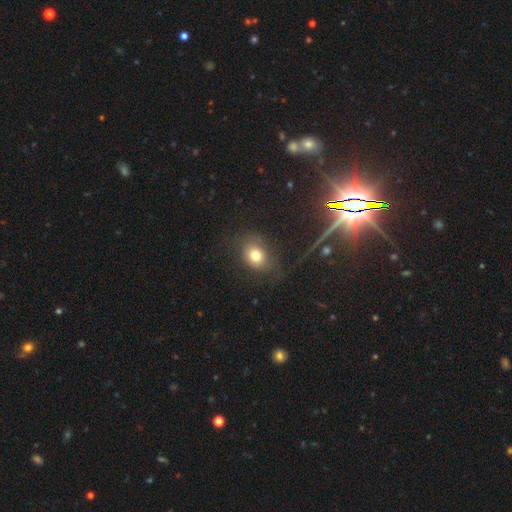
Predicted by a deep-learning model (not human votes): This appears to be a smooth galaxy with no disk features (76%) that is in between round and cigar-shaped (51%). Merging: none (73%).